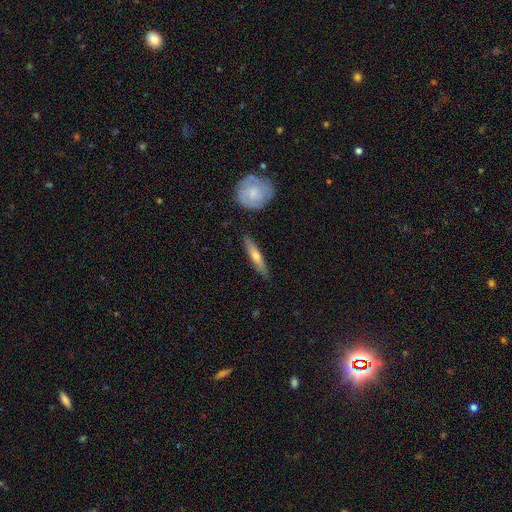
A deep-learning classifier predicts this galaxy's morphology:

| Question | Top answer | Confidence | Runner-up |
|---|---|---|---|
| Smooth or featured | featured or disk | 48% | smooth (46%) |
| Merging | none | 85% | minor disturbance (11%) |